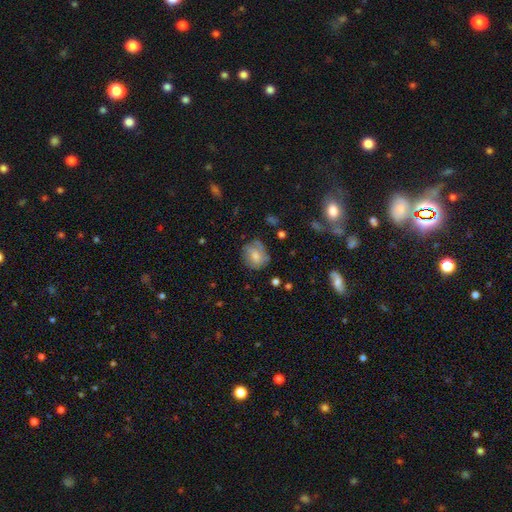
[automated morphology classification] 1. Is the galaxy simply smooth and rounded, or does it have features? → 56% smooth, 36% featured or disk, 8% star or artifact.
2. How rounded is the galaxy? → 68% round, 31% in between, 1% cigar-shaped.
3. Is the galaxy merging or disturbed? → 65% none, 24% minor disturbance, 9% major disturbance, 2% merger.